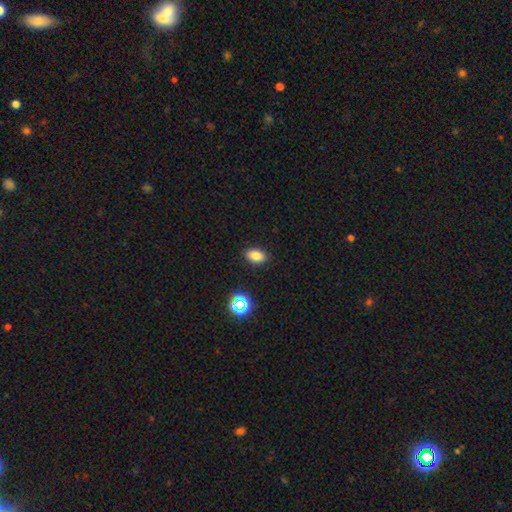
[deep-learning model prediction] This is clearly a smooth galaxy (80%). How rounded: clearly in between (87%). Merging: clearly none (88%).